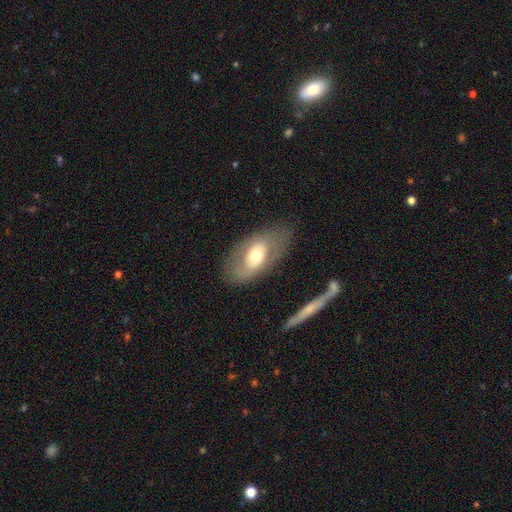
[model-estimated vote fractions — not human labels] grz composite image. It shows a featured or disk galaxy (49%). Merging: none (74%).